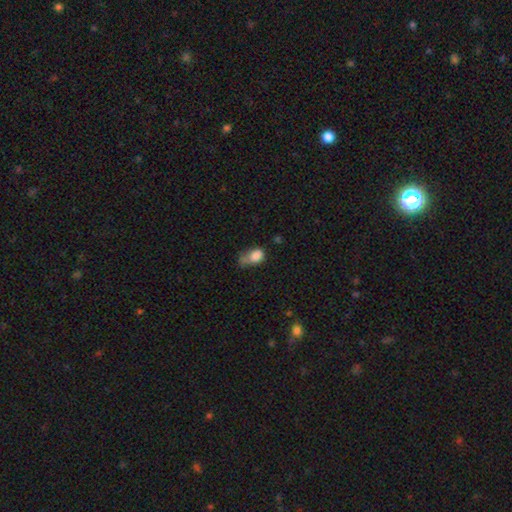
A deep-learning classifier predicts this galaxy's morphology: Overall: smooth (81%). How rounded: in between (75%). Merging: minor disturbance (30%; major disturbance 29%).